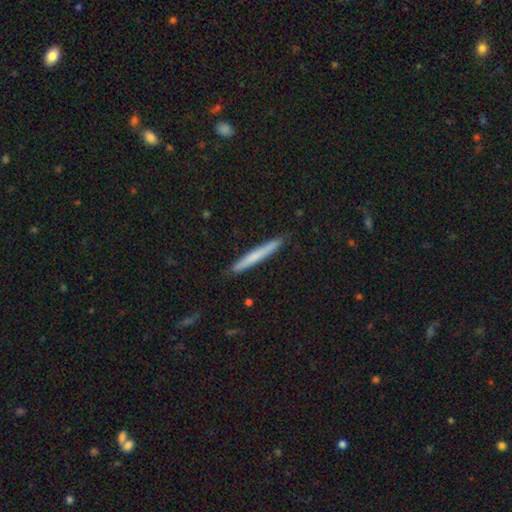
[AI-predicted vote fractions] A smooth galaxy with no disk features (64%) that is cigar-shaped (97%).

Vote fractions:
- Smooth or featured? smooth: 64% / featured or disk: 30% / star or artifact: 6%
- How rounded? cigar-shaped: 97% / in between: 2% / round: 1%
- Merging? none: 90% / minor disturbance: 7% / major disturbance: 1% / merger: 1%